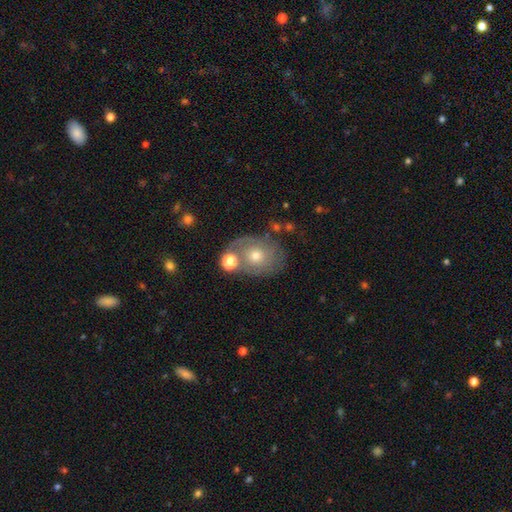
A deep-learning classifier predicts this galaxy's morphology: Q: Smooth or featured?
A: featured or disk (48%); runner-up: smooth (42%)
Q: Merging?
A: none (58%); runner-up: minor disturbance (18%)